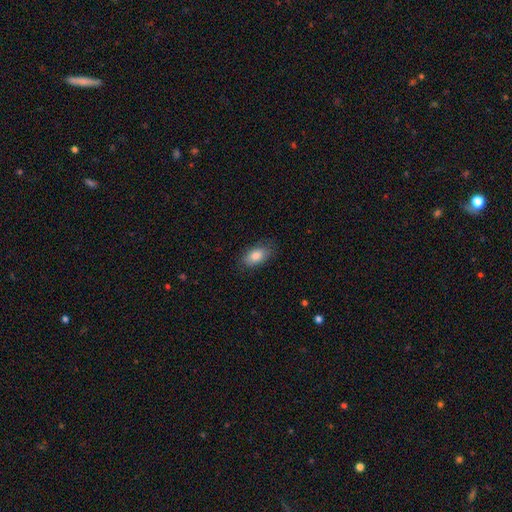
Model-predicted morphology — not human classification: A smooth galaxy with no disk features (85%) that is in between round and cigar-shaped (91%). Merging: none (82%).